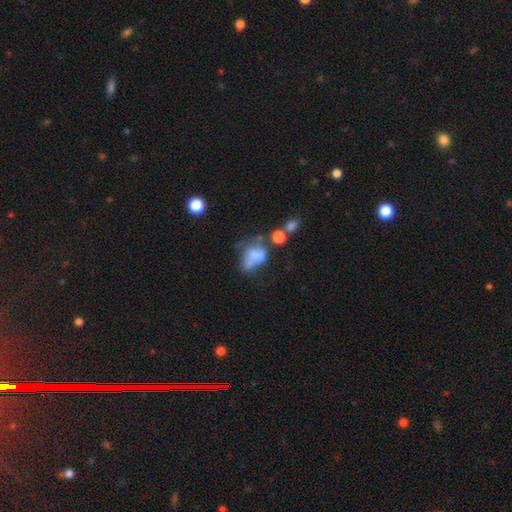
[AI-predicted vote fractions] smooth-or-featured: smooth: 52% | featured or disk: 35% | star or artifact: 13%
  how-rounded: in between: 74% | round: 23% | cigar-shaped: 2%
  merging: merger: 35% | major disturbance: 30% | none: 19% | minor disturbance: 16%